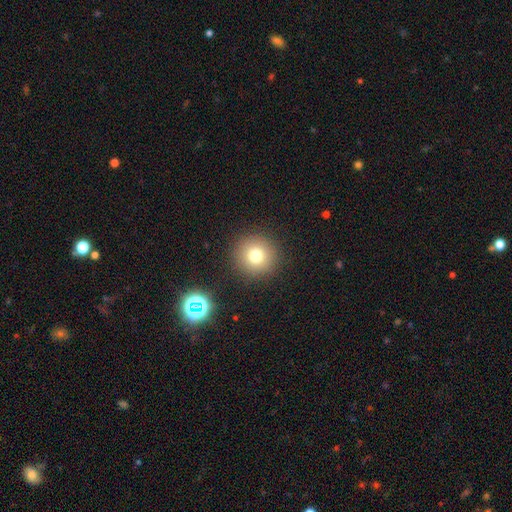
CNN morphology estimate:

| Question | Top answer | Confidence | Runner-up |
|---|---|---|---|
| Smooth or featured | smooth | 76% | star or artifact (14%) |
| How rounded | round | 95% | in between (4%) |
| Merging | none | 90% | minor disturbance (6%) |